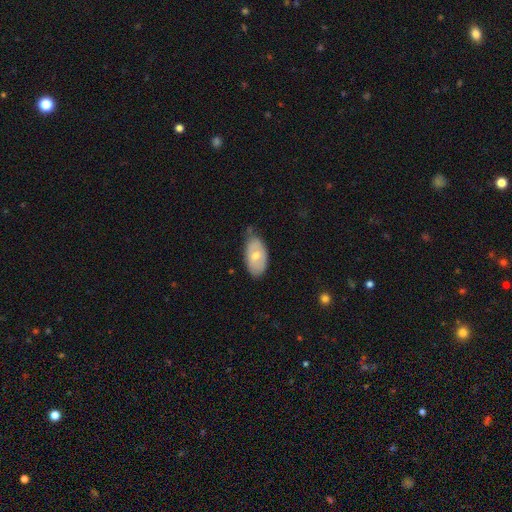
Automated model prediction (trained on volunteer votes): Q: Smooth or featured?
A: smooth (60%); runner-up: featured or disk (34%)
Q: How rounded?
A: in between (93%); runner-up: round (5%)
Q: Merging?
A: none (58%); runner-up: minor disturbance (34%)